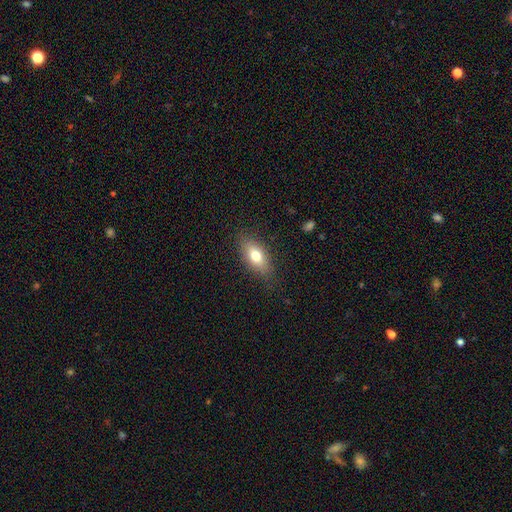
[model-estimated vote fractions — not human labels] Smooth or featured? Predicted: smooth (p=0.72). How rounded? Predicted: in between (p=0.82). Merging? Predicted: none (p=0.84).